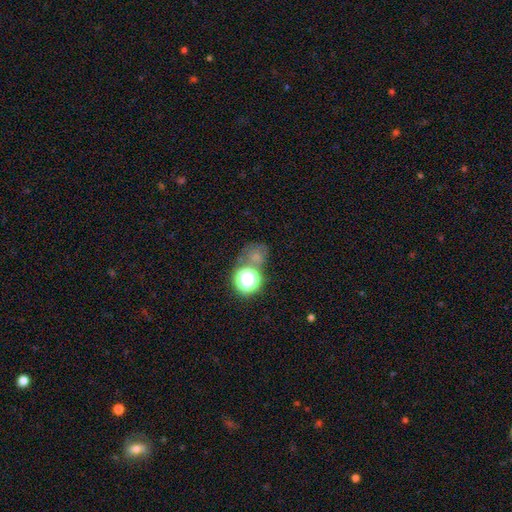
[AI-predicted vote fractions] Smooth or featured? smooth (59%)
How rounded? round (77%)
Merging? none (54%)